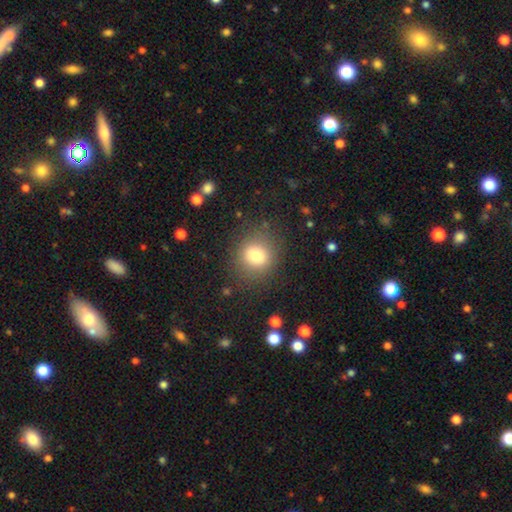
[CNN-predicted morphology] Smooth or featured: smooth — 79% (star or artifact — 12%)
How rounded: round — 80% (in between — 19%)
Merging: none — 83% (minor disturbance — 10%)